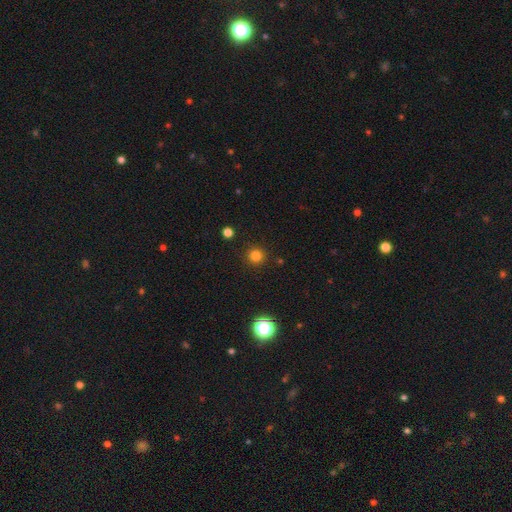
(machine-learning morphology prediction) A smooth galaxy with no disk features (80%) that is round (95%). Merging: none (91%).